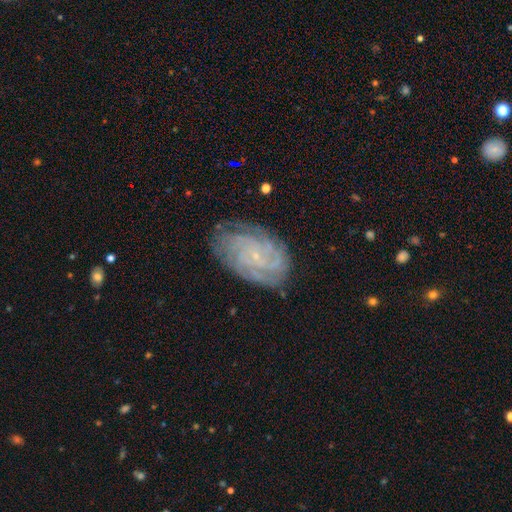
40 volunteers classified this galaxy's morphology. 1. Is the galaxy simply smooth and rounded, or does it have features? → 85% featured or disk, 15% smooth, 0% star or artifact.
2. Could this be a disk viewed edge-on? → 97% no, 3% yes.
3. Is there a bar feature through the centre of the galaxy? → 88% no, 9% weak, 3% strong.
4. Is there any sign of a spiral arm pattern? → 100% yes, 0% no.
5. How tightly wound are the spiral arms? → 70% tight, 30% medium, 0% loose.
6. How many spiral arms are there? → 45% can't tell, 33% more than 4, 12% 3, 6% 4, 3% 1, 0% 2.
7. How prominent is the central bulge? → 91% small, 9% moderate, 0% dominant, 0% large, 0% none.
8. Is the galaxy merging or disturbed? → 75% none, 22% minor disturbance, 2% major disturbance, 0% merger.